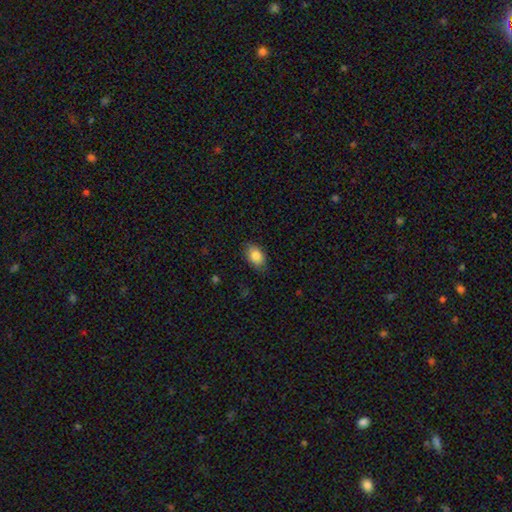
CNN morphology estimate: A smooth galaxy with no disk features (85%) that is in between round and cigar-shaped (87%). Merging: none (84%).